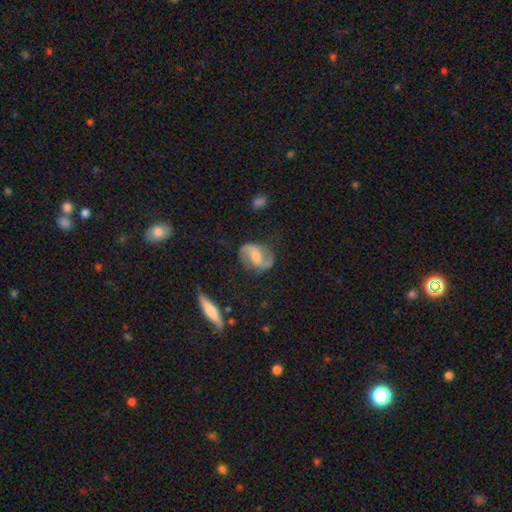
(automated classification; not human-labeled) Q: Smooth or featured?
A: featured or disk (81%); runner-up: smooth (13%)
Q: Edge-on disk?
A: no (97%); runner-up: yes (3%)
Q: Bar?
A: weak (48%); runner-up: no (29%)
Q: Spiral arms?
A: yes (95%); runner-up: no (5%)
Q: Spiral winding?
A: medium (46%); runner-up: loose (41%)
Q: Spiral arm count?
A: 2 (93%); runner-up: can't tell (3%)
Q: Bulge size?
A: moderate (53%); runner-up: small (25%)
Q: Merging?
A: none (78%); runner-up: minor disturbance (15%)